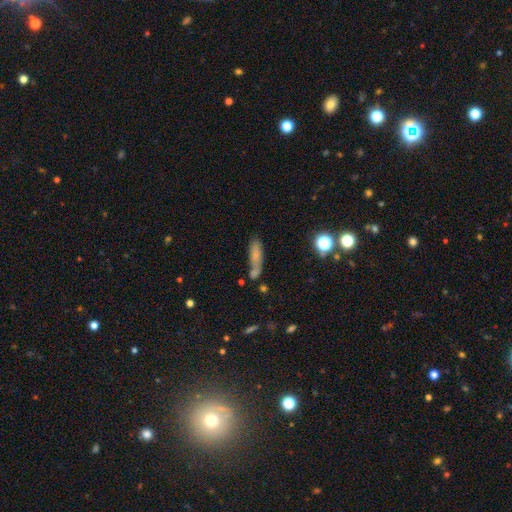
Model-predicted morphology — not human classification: A smooth galaxy with no disk features (69%) that is cigar-shaped (61%). Merging: none (47%).